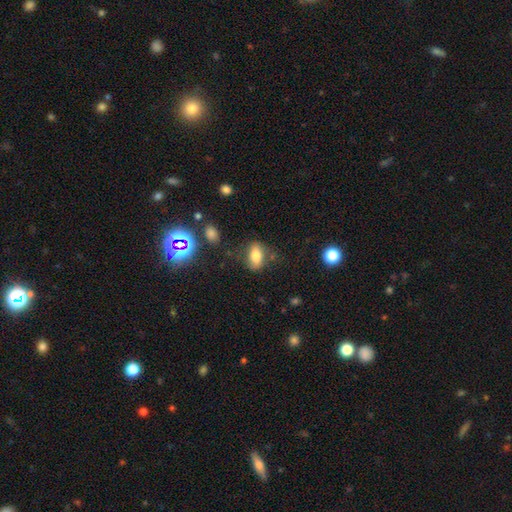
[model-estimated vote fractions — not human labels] Overall: smooth (69%). How rounded: in between (84%). Merging: none (70%).